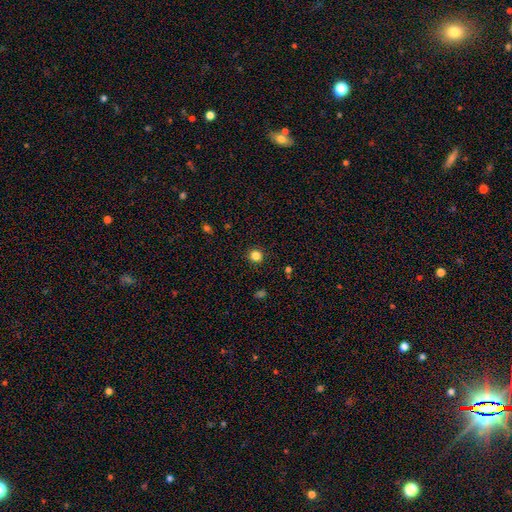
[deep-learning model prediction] Q: Smooth or featured?
A: smooth (83%); runner-up: star or artifact (13%)
Q: How rounded?
A: round (92%); runner-up: in between (7%)
Q: Merging?
A: none (91%); runner-up: minor disturbance (6%)